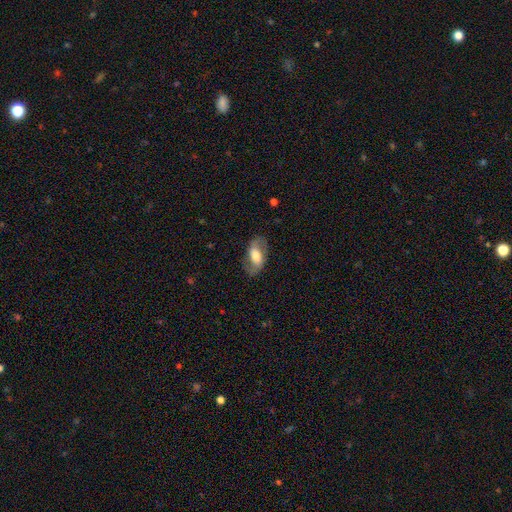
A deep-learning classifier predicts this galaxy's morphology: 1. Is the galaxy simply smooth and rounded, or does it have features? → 58% featured or disk, 35% smooth, 6% star or artifact.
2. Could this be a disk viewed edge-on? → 91% no, 9% yes.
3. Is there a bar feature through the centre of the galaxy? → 38% weak, 32% strong, 30% no.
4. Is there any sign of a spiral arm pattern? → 76% yes, 24% no.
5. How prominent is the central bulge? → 52% moderate, 30% large, 13% small, 3% dominant, 2% none.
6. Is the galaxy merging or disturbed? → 76% none, 15% minor disturbance, 8% major disturbance, 1% merger.